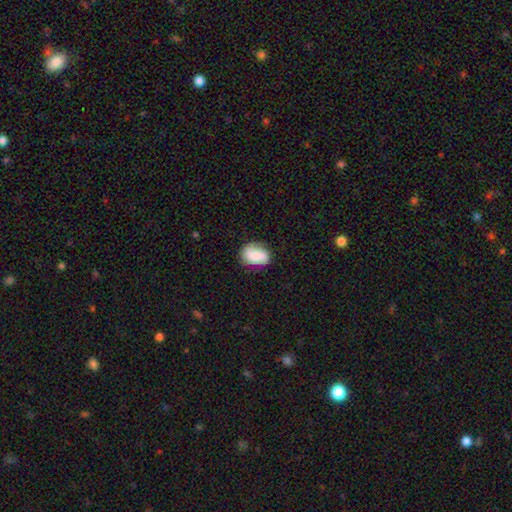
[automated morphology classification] Smooth or featured: smooth — 69% (featured or disk — 22%)
How rounded: in between — 78% (round — 21%)
Merging: none — 66% (minor disturbance — 24%)